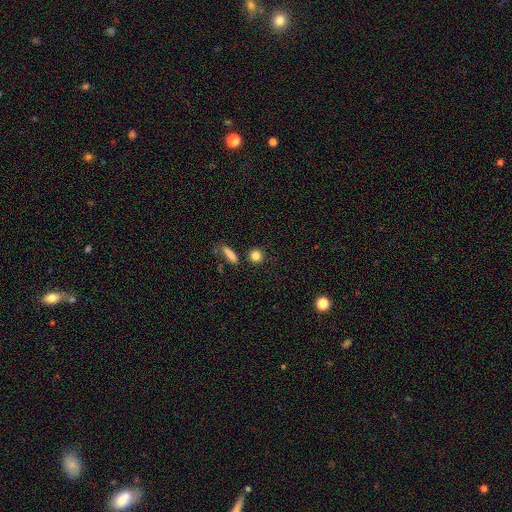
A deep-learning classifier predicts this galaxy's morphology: type=smooth (84%); roundness=round (87%); merging=none (83%).